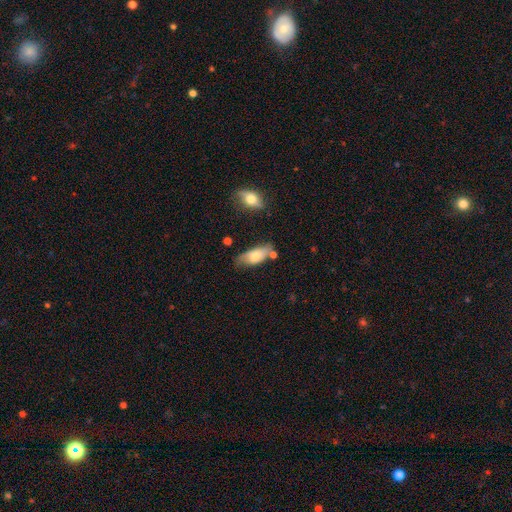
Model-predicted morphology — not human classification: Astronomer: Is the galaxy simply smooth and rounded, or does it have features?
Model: smooth — 70%.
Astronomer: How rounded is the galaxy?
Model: in between — 83%.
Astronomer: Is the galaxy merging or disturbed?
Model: none — 57%.